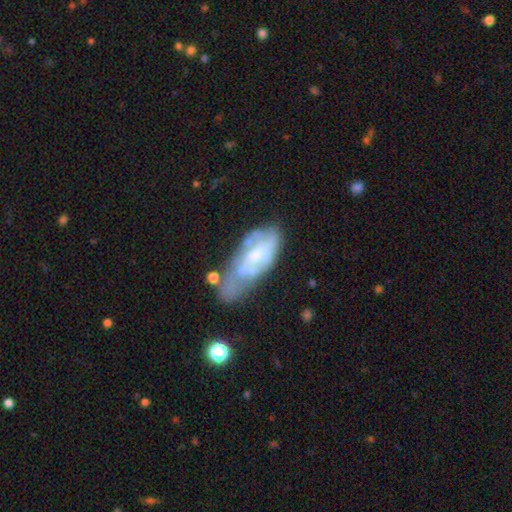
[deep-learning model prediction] This is possibly a featured or disk galaxy (59%). It is clearly not viewed edge-on (89%). Bar: likely no (67%). Spiral arm pattern: possibly no (52%). Central bulge: marginally moderate (41%). Merging: marginally none (32%).